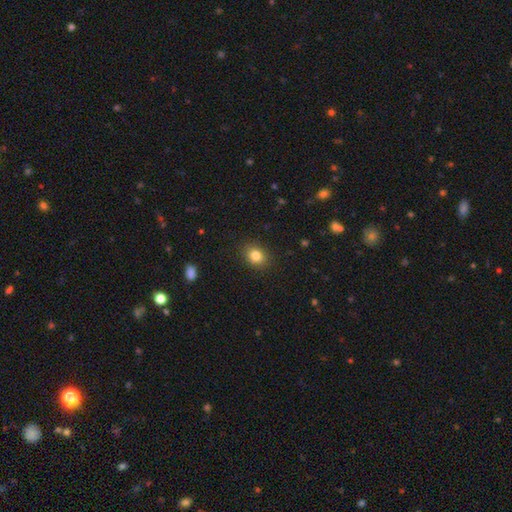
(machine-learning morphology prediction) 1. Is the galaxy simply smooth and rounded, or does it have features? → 84% smooth, 11% star or artifact, 6% featured or disk.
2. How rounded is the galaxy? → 59% round, 40% in between, 1% cigar-shaped.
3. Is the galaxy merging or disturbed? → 88% none, 8% minor disturbance, 2% major disturbance, 1% merger.